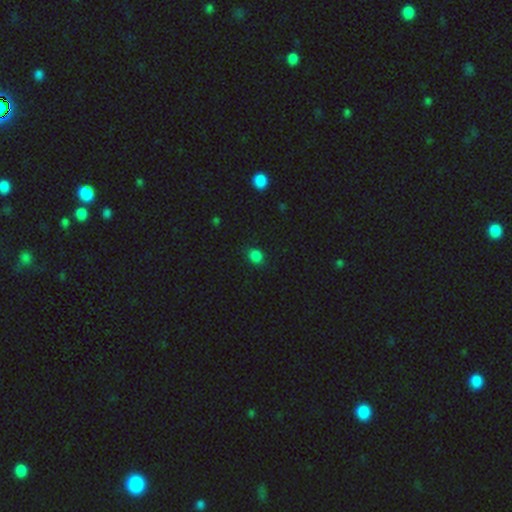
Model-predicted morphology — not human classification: The model was most divided on "how rounded": round: 70%, in between: 29%, cigar-shaped: 1%. More confident: merging — none (86%); smooth or featured — smooth (82%).